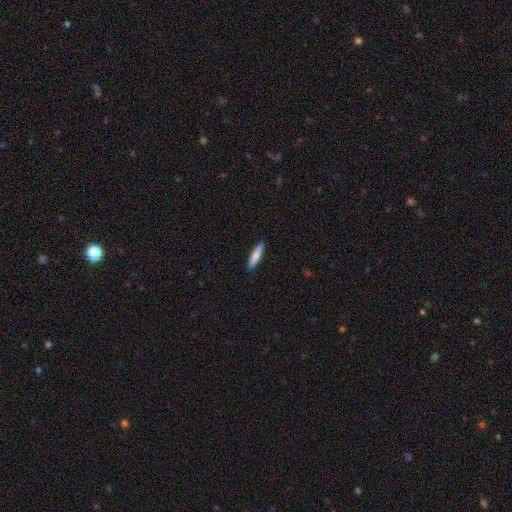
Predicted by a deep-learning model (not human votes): A smooth galaxy with no disk features (79%) that is cigar-shaped (85%). Merging: none (91%).